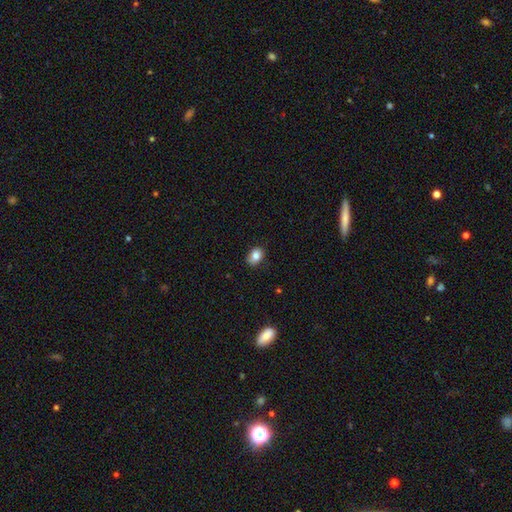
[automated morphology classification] The model was most divided on "how rounded": in between: 70%, round: 29%, cigar-shaped: 1%. More confident: smooth or featured — smooth (83%); merging — none (80%).